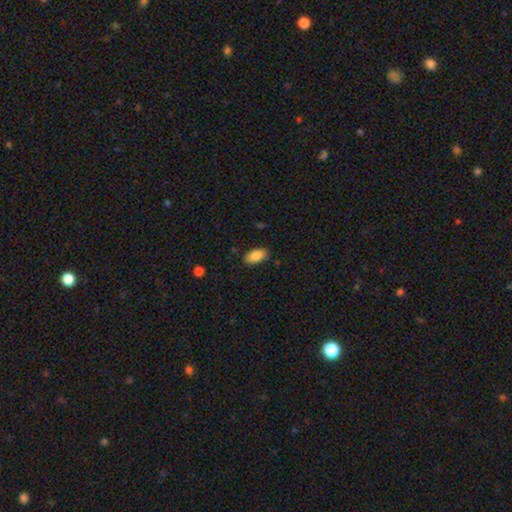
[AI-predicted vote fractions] Q: Smooth or featured?
A: smooth (87%); runner-up: star or artifact (7%)
Q: How rounded?
A: in between (93%); runner-up: cigar-shaped (4%)
Q: Merging?
A: none (86%); runner-up: minor disturbance (11%)